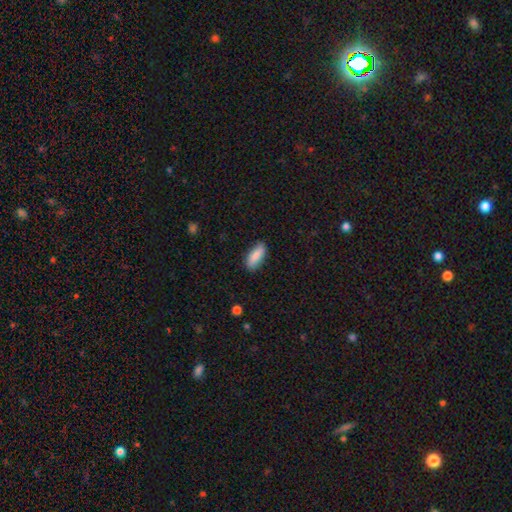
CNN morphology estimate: Smooth or featured? smooth (85%)
How rounded? in between (75%)
Merging? none (85%)